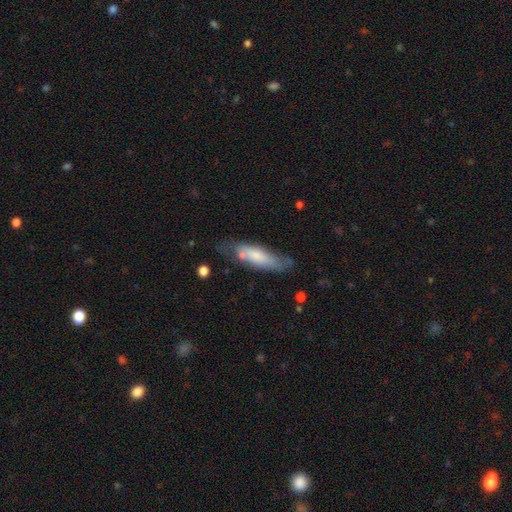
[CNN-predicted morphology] type=smooth (63%); roundness=cigar-shaped (61%); merging=none (59%).